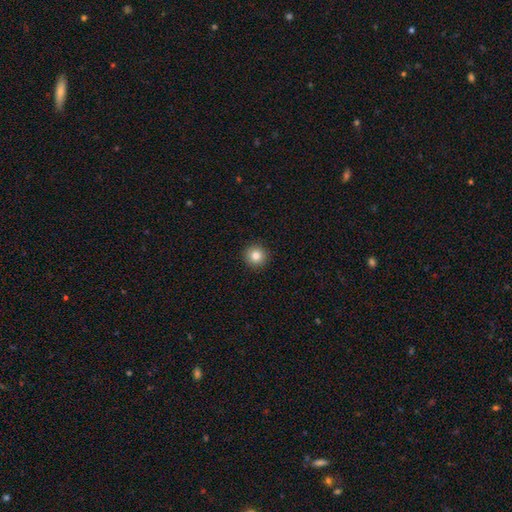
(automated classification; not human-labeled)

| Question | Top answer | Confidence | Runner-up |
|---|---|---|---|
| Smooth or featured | smooth | 82% | star or artifact (11%) |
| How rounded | round | 96% | in between (3%) |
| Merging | none | 93% | minor disturbance (4%) |